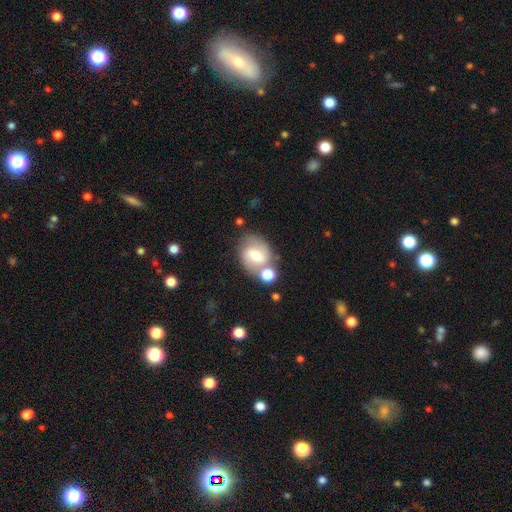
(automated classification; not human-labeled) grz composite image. It shows a smooth galaxy with no disk features (48%). Merging: none (56%).